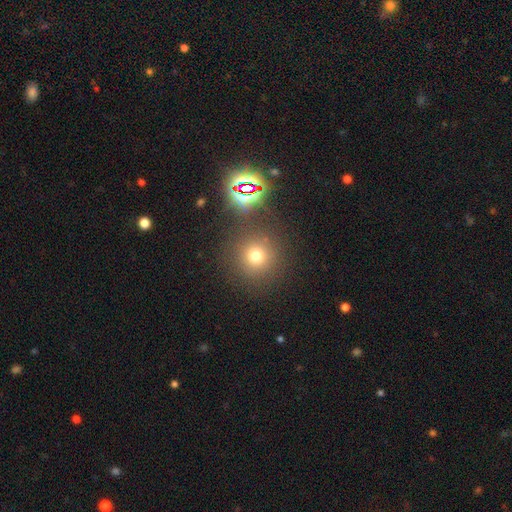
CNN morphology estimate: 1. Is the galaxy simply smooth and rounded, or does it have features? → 71% smooth, 22% star or artifact, 8% featured or disk.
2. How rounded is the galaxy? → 94% round, 5% in between, 1% cigar-shaped.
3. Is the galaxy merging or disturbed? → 84% none, 7% minor disturbance, 5% merger, 4% major disturbance.